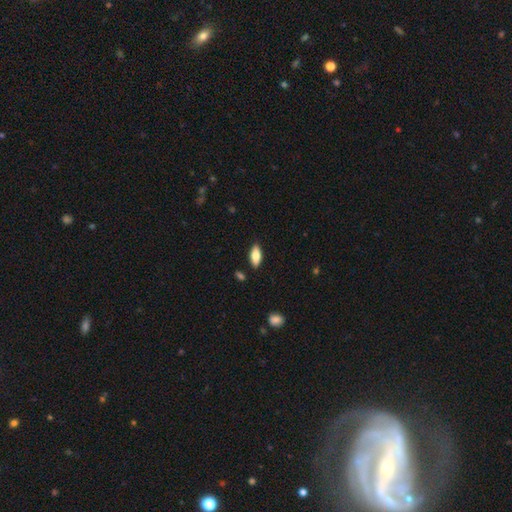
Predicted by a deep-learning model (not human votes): Morphology: type=smooth (77%); roundness=in between (83%); merging=none (87%).